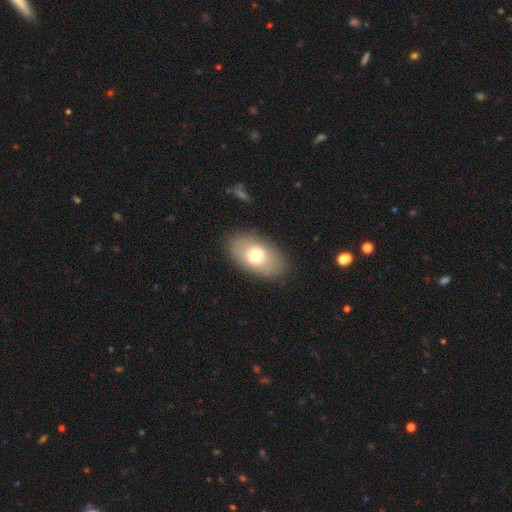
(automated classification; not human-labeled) Smooth or featured? smooth (70%)
How rounded? in between (90%)
Merging? none (83%)